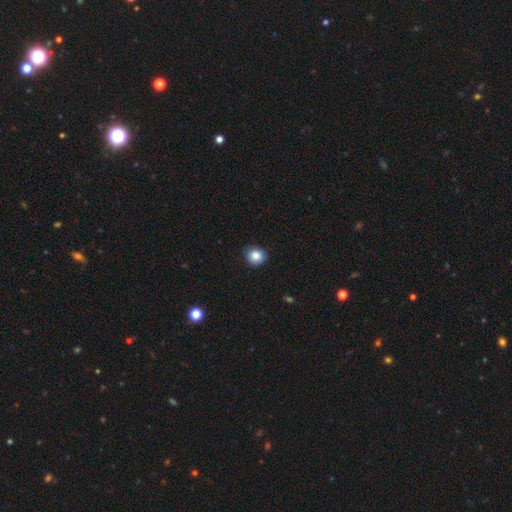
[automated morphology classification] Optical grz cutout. It shows a smooth galaxy with no disk features (85%) that is round (84%). Merging: none (86%).